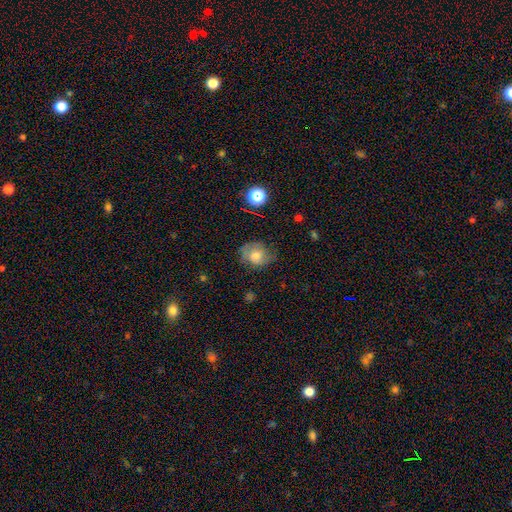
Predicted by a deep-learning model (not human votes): This is possibly a smooth galaxy (56%). How rounded: likely round (61%). Merging: likely none (64%).